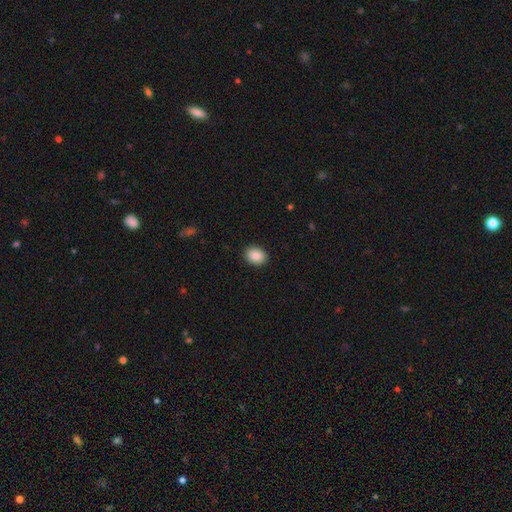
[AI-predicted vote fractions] smooth-or-featured: smooth: 89% | star or artifact: 8% | featured or disk: 4%
  how-rounded: in between: 58% | round: 41% | cigar-shaped: 1%
  merging: none: 91% | minor disturbance: 7% | major disturbance: 2% | merger: 1%